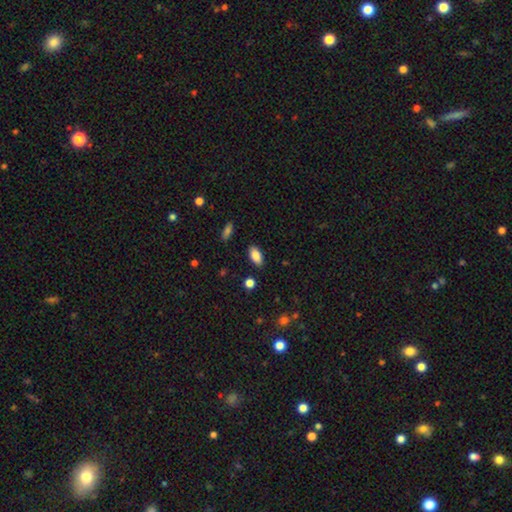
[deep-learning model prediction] smooth_or_featured: smooth (p=0.86) [alt: star or artifact p=0.08]
how_rounded: in between (p=0.90) [alt: cigar-shaped p=0.06]
merging: none (p=0.87) [alt: minor disturbance p=0.09]